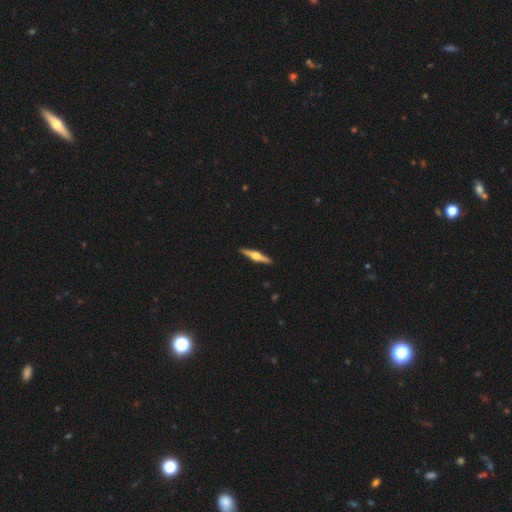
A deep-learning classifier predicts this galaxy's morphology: A featured or disk galaxy (74%) viewed edge-on (98%) with a rounded central bulge (94%).

Vote fractions:
- Smooth or featured? featured or disk: 74% / smooth: 21% / star or artifact: 5%
- Edge-on disk? yes: 98% / no: 2%
- Edge-on bulge? rounded: 94% / boxy: 4% / none: 2%
- Merging? none: 93% / minor disturbance: 5% / major disturbance: 1% / merger: 1%